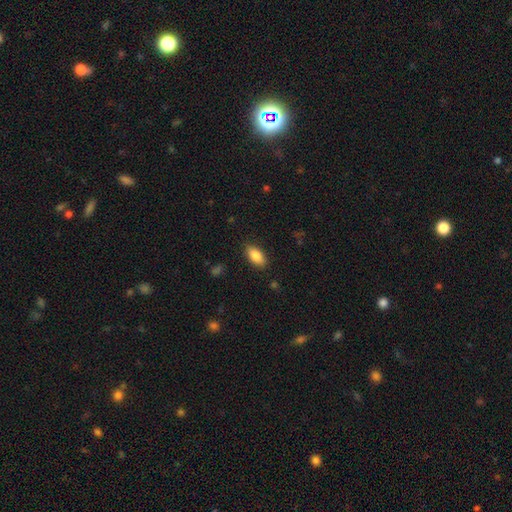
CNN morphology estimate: Overall: smooth (86%). How rounded: in between (91%). Merging: none (87%).